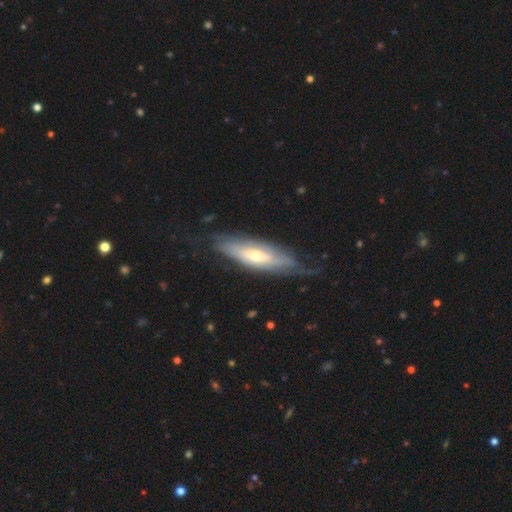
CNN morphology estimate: featured or disk 69%, smooth 25%, star or artifact 6%. Down the decision tree: edge-on disk — no (56%); merging — none (61%).